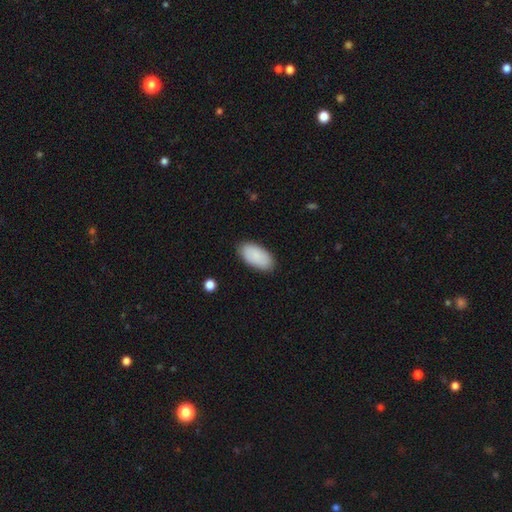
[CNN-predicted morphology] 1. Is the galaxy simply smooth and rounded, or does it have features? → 87% smooth, 7% featured or disk, 6% star or artifact.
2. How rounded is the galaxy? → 95% in between, 3% cigar-shaped, 2% round.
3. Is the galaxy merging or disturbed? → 85% none, 11% minor disturbance, 2% major disturbance, 1% merger.